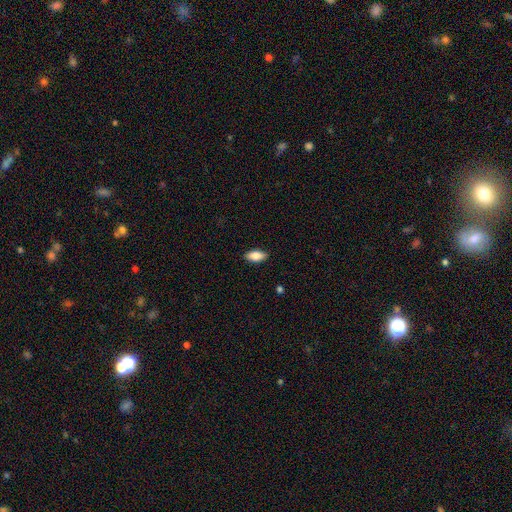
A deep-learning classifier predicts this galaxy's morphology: Smooth or featured? Predicted: smooth (p=0.85). How rounded? Predicted: in between (p=0.89). Merging? Predicted: none (p=0.88).